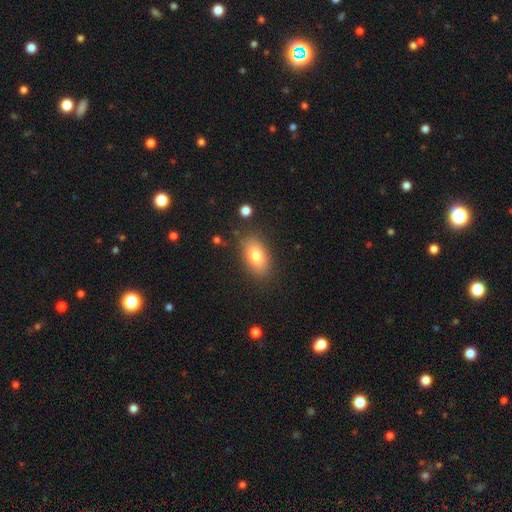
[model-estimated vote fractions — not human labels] Q: Smooth or featured?
A: smooth (78%); runner-up: featured or disk (14%)
Q: How rounded?
A: in between (90%); runner-up: round (7%)
Q: Merging?
A: none (83%); runner-up: minor disturbance (12%)